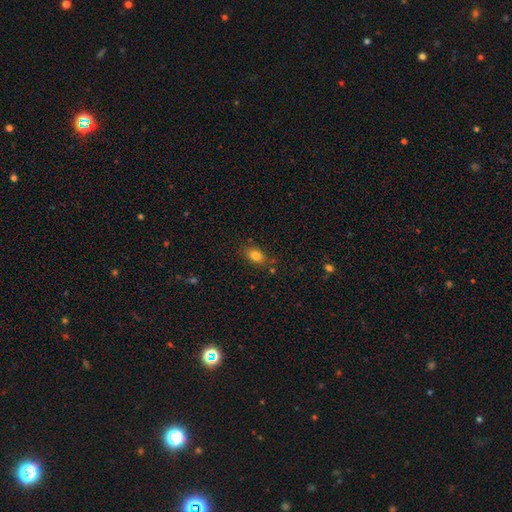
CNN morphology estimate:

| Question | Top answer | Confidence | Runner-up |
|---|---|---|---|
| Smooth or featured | smooth | 81% | star or artifact (11%) |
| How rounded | in between | 79% | round (18%) |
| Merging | none | 79% | minor disturbance (13%) |